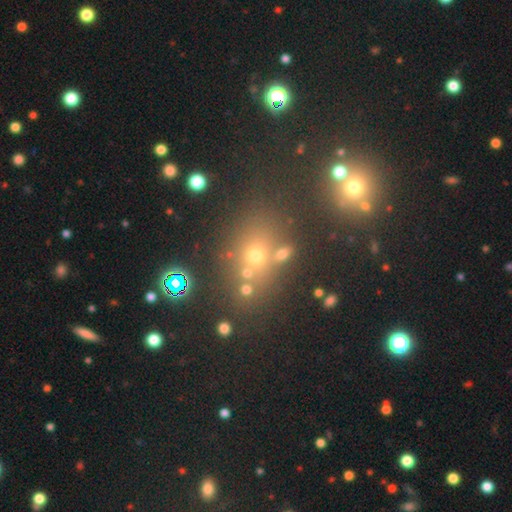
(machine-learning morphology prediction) Smooth or featured? smooth (44%)
Merging? none (66%)